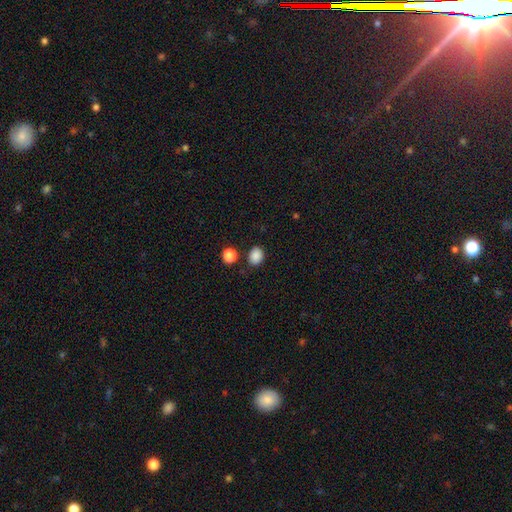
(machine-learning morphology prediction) smooth-or-featured: smooth: 87% | star or artifact: 10% | featured or disk: 3%
  how-rounded: in between: 53% | round: 46% | cigar-shaped: 1%
  merging: none: 83% | minor disturbance: 10% | merger: 4% | major disturbance: 3%